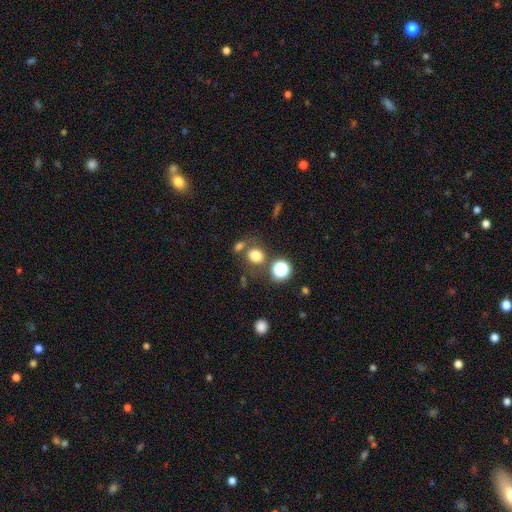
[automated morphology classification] This is likely a smooth galaxy (75%). How rounded: likely round (73%). Merging: likely none (65%).